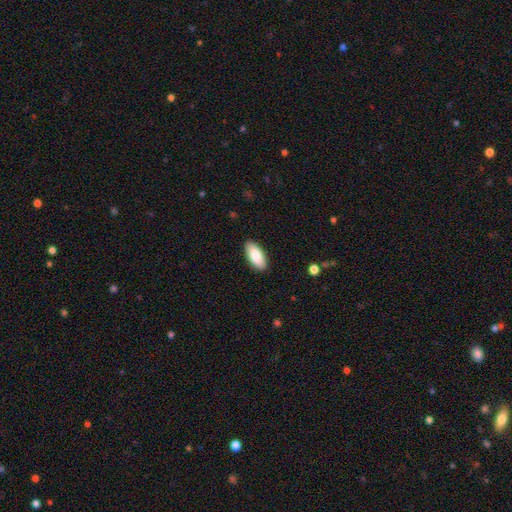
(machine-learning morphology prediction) smooth-or-featured: smooth: 85% | featured or disk: 9% | star or artifact: 6%
  how-rounded: in between: 89% | cigar-shaped: 9% | round: 2%
  merging: none: 89% | minor disturbance: 8% | major disturbance: 2% | merger: 1%